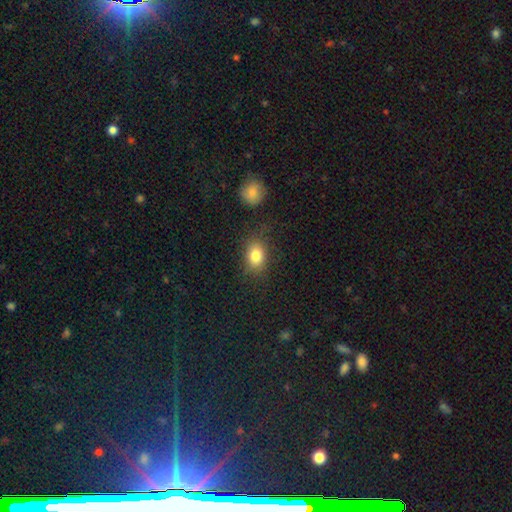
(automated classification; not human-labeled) Smooth or featured? smooth (82%)
How rounded? in between (68%)
Merging? none (76%)